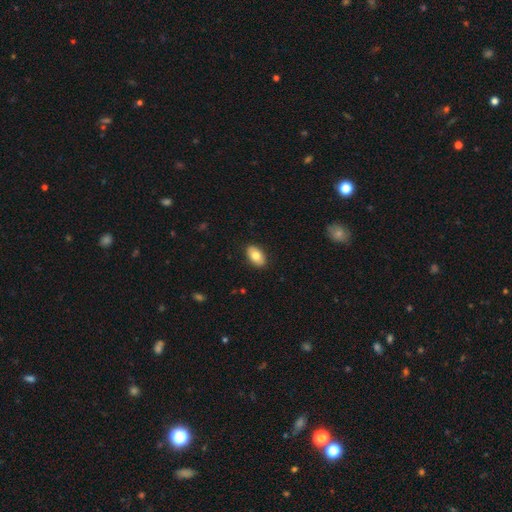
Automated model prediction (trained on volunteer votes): Smooth or featured: smooth — 79% (featured or disk — 14%)
How rounded: in between — 92% (round — 6%)
Merging: none — 89% (minor disturbance — 8%)